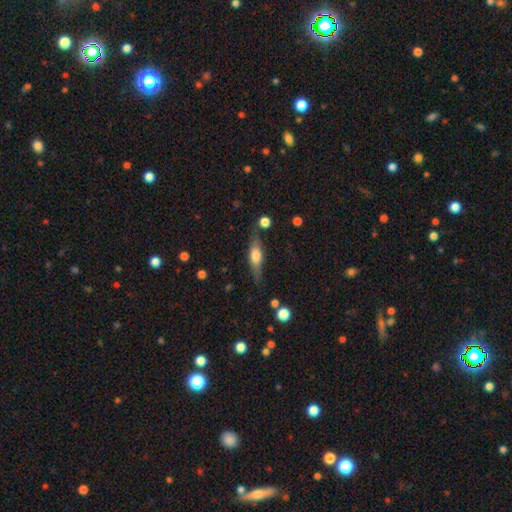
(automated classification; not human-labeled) Smooth or featured? featured or disk (48%)
Merging? none (74%)